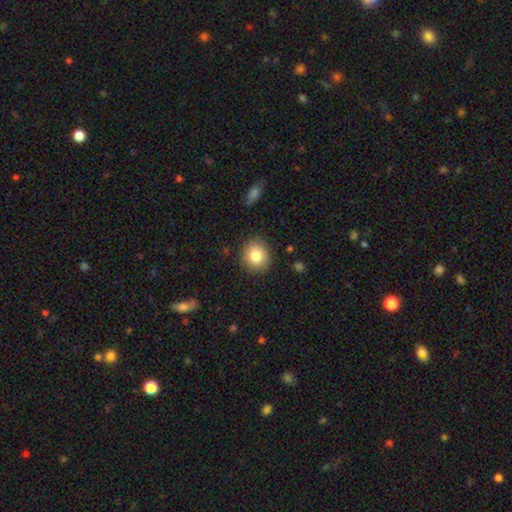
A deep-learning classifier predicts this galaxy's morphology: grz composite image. It shows a smooth galaxy with no disk features (82%) that is round (85%). Merging: none (89%).